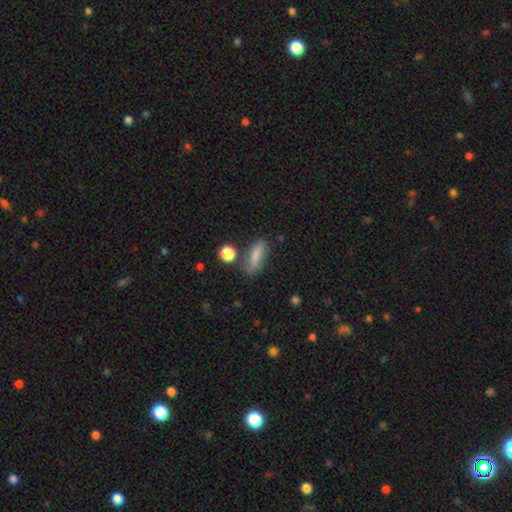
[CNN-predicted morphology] smooth 76%, featured or disk 15%, star or artifact 9%. Down the decision tree: how rounded — in between (61%); merging — none (67%).